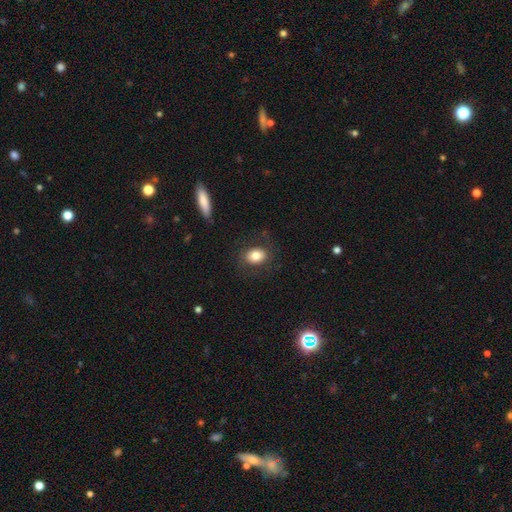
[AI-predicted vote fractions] This appears to be a smooth galaxy with no disk features (79%) that is in between round and cigar-shaped (66%). Merging: none (79%).